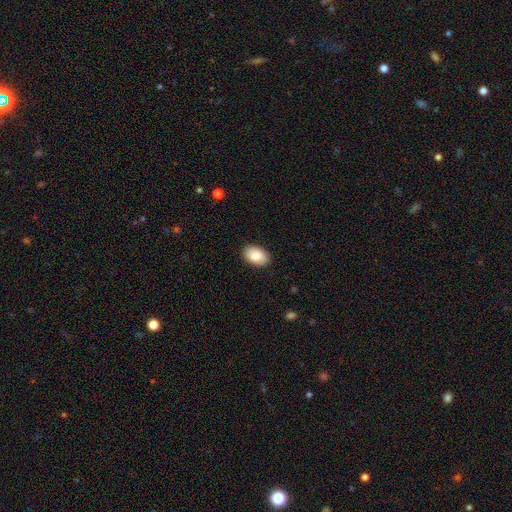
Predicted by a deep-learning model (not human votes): Overall: smooth (87%). How rounded: in between (91%). Merging: none (89%).